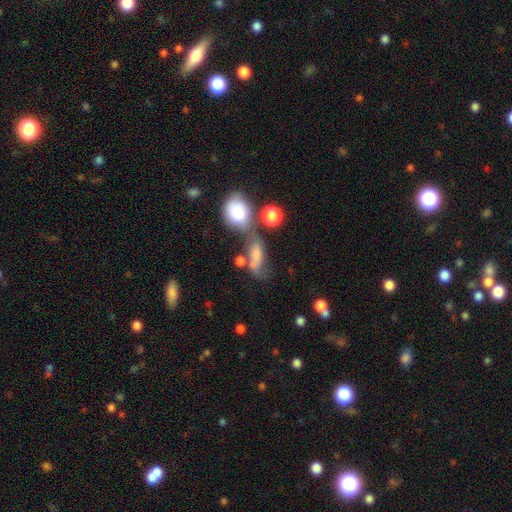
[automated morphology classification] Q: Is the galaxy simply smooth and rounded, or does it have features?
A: smooth — 63%.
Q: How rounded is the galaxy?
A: in between — 70%.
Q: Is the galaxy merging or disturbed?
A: merger — 37%.